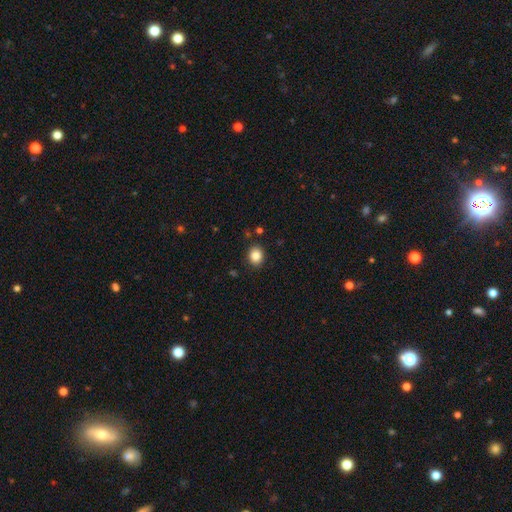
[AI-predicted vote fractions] The model was most divided on "how rounded": round: 63%, in between: 37%, cigar-shaped: 1%. More confident: merging — none (89%); smooth or featured — smooth (85%).